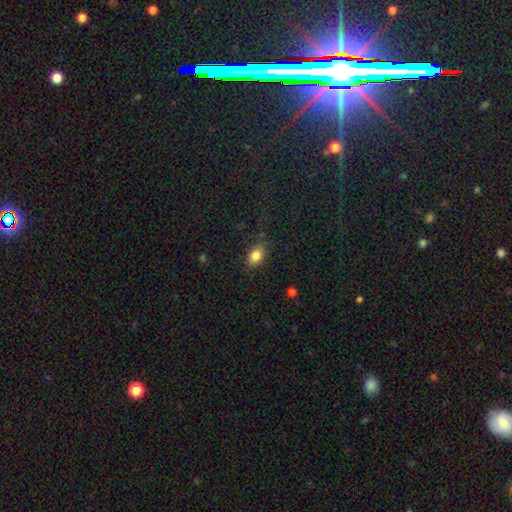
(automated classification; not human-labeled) The model was most divided on "how rounded": in between: 75%, round: 23%, cigar-shaped: 2%. More confident: smooth or featured — smooth (83%); merging — none (77%).